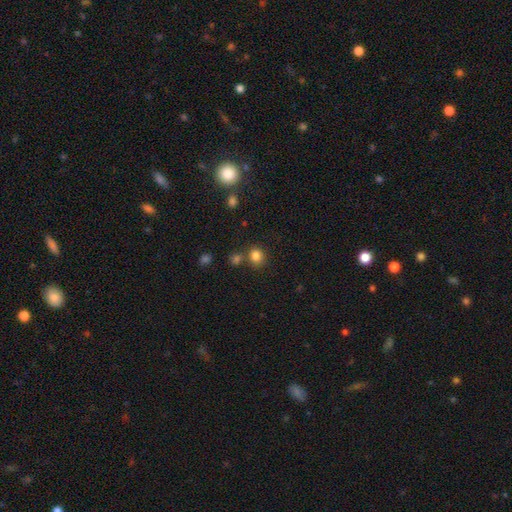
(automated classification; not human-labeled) The model was most divided on "how rounded": round: 76%, in between: 23%, cigar-shaped: 1%. More confident: smooth or featured — smooth (82%); merging — none (73%).